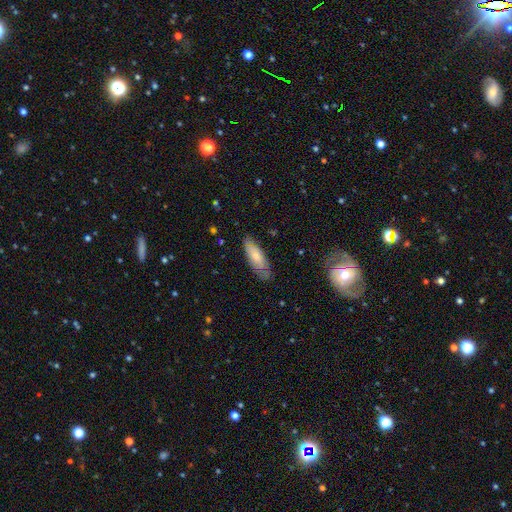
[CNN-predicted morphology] smooth-or-featured: smooth: 60% | featured or disk: 33% | star or artifact: 6%
  how-rounded: in between: 68% | cigar-shaped: 30% | round: 2%
  merging: none: 75% | minor disturbance: 19% | major disturbance: 5% | merger: 1%